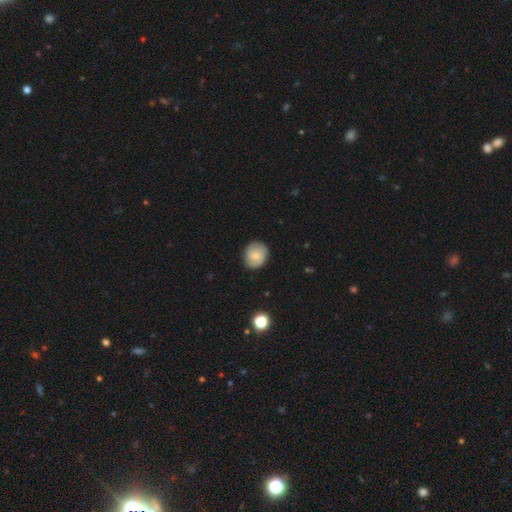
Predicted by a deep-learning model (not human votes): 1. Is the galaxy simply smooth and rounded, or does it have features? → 64% smooth, 28% featured or disk, 8% star or artifact.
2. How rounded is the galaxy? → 75% round, 24% in between, 1% cigar-shaped.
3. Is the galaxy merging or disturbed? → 83% none, 13% minor disturbance, 3% major disturbance, 1% merger.